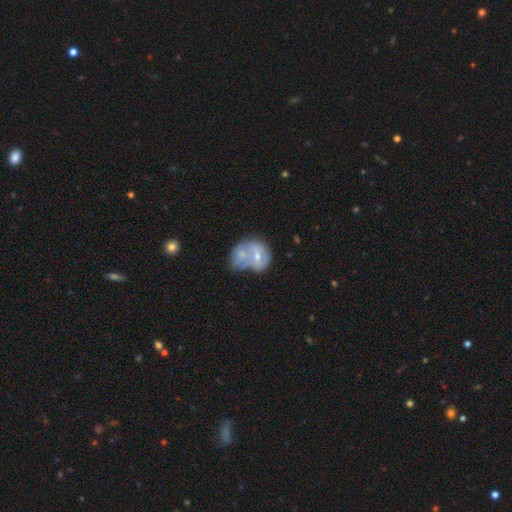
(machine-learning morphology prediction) This appears to be a featured or disk galaxy (47%). Merging: merger (64%).